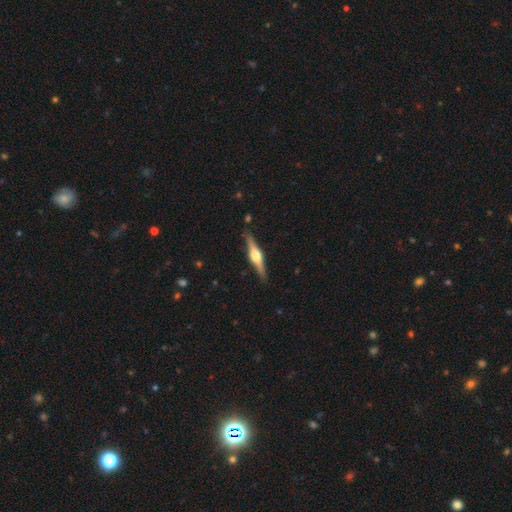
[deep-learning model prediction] This appears to be a featured or disk galaxy (76%) viewed edge-on (98%) with a rounded central bulge (94%). Merging: none (89%).